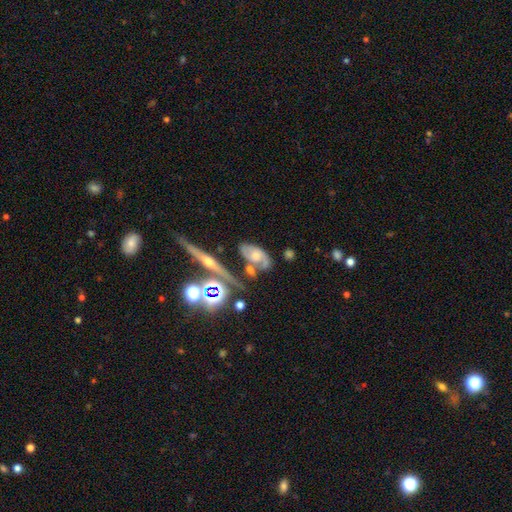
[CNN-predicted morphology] Smooth or featured?
  - featured or disk: 59% *
  - smooth: 22%
  - star or artifact: 19%
Edge-on disk?
  - no: 69% *
  - yes: 31%
Merging?
  - none: 50% *
  - minor disturbance: 20%
  - merger: 18%
  - major disturbance: 12%